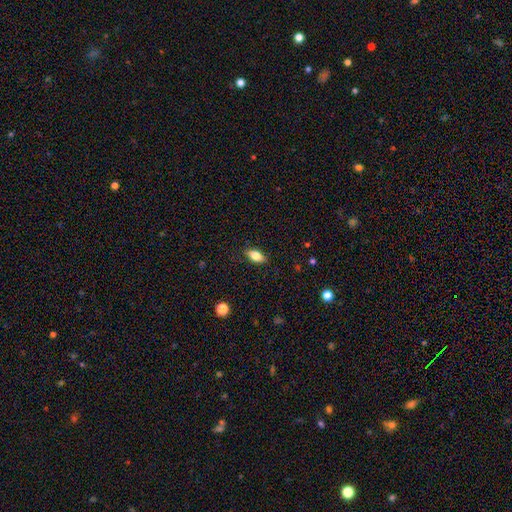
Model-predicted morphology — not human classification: The model was most divided on "smooth or featured": smooth: 74%, featured or disk: 18%, star or artifact: 8%. More confident: merging — none (86%); how rounded — in between (84%).